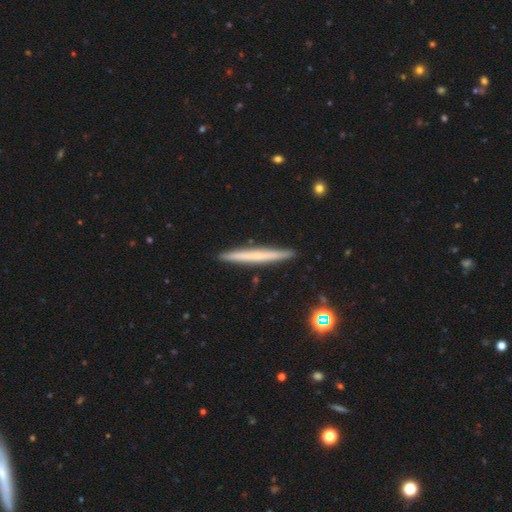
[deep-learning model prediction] This is possibly a featured or disk galaxy (48%). Merging: clearly none (92%).